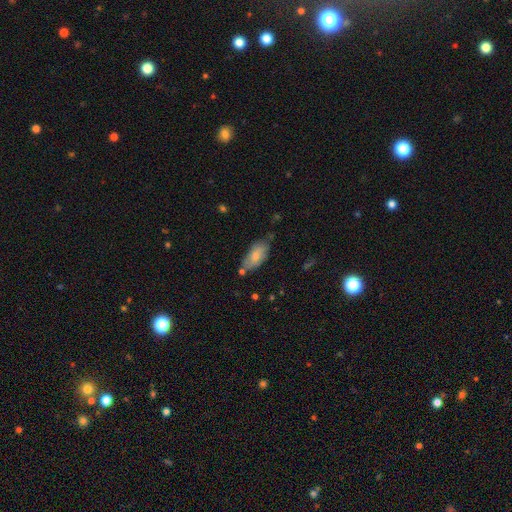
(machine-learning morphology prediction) Smooth or featured? smooth (74%)
How rounded? in between (89%)
Merging? none (62%)